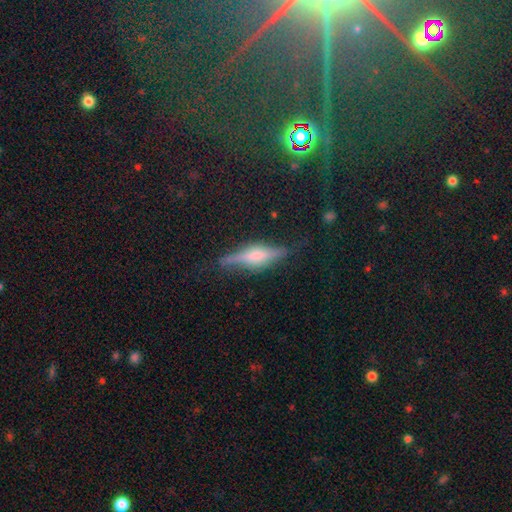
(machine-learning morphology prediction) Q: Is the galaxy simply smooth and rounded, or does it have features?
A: featured or disk — 63%.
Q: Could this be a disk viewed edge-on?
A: yes — 92%.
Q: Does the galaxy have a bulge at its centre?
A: rounded — 65%.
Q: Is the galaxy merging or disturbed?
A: none — 76%.